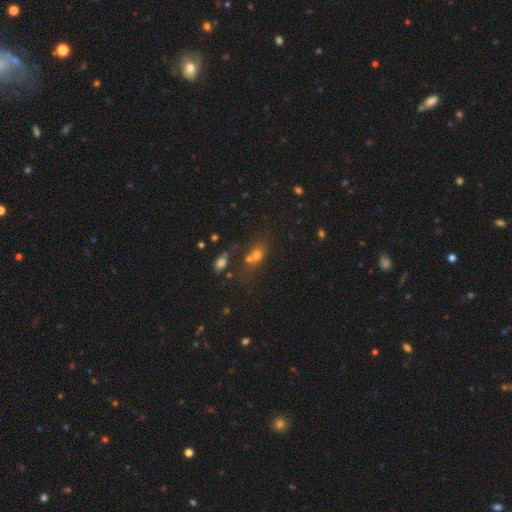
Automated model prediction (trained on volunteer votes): This appears to be a smooth galaxy with no disk features (60%) that is in between round and cigar-shaped (49%). Merging: merger (44%).